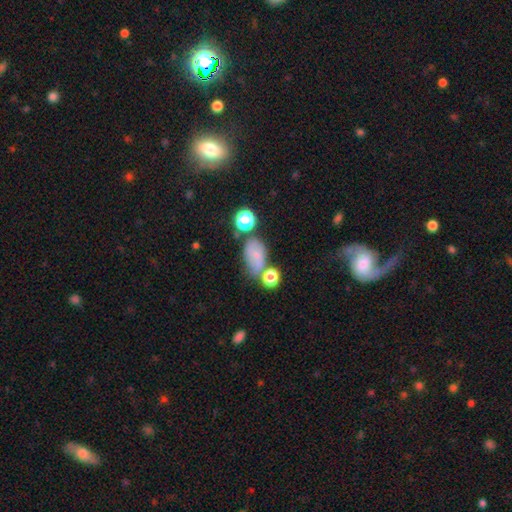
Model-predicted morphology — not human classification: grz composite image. It shows a smooth galaxy with no disk features (54%) that is in between round and cigar-shaped (80%). Merging: none (46%).